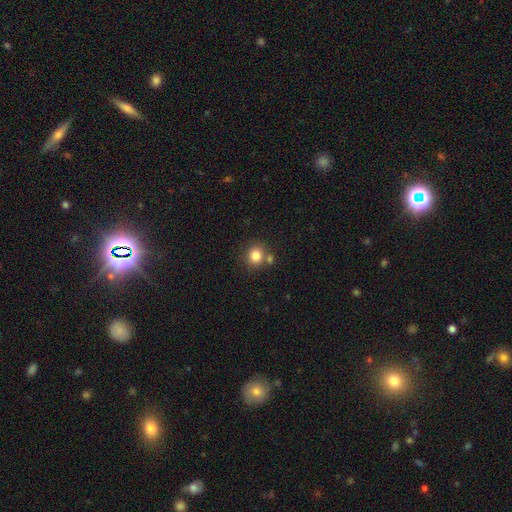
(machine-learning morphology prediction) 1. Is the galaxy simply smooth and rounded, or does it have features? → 82% smooth, 11% star or artifact, 7% featured or disk.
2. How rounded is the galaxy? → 86% round, 13% in between, 1% cigar-shaped.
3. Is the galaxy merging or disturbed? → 71% none, 17% merger, 9% minor disturbance, 3% major disturbance.